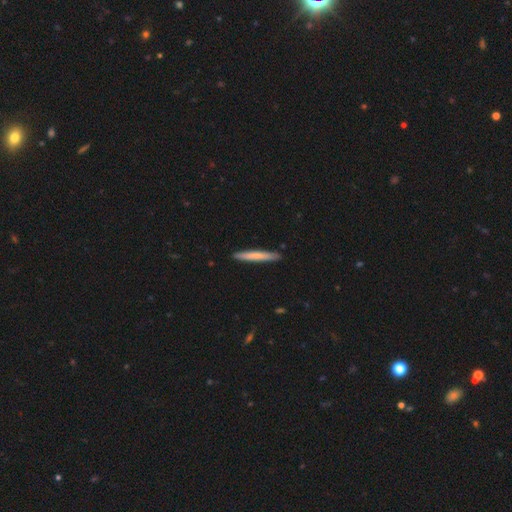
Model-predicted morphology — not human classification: This appears to be a smooth galaxy with no disk features (71%) that is cigar-shaped (96%). Merging: none (90%).